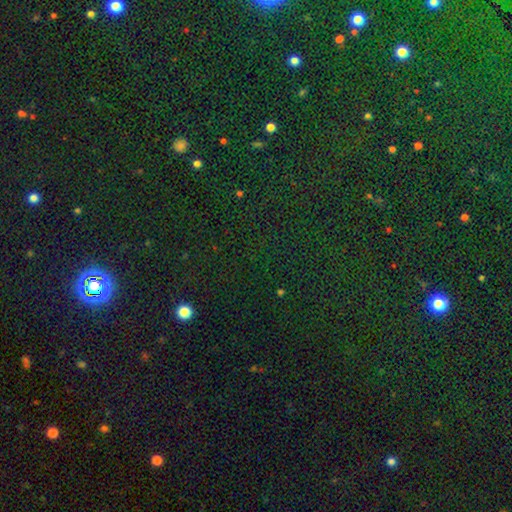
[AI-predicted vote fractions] A star or artifact, not a galaxy (78%).